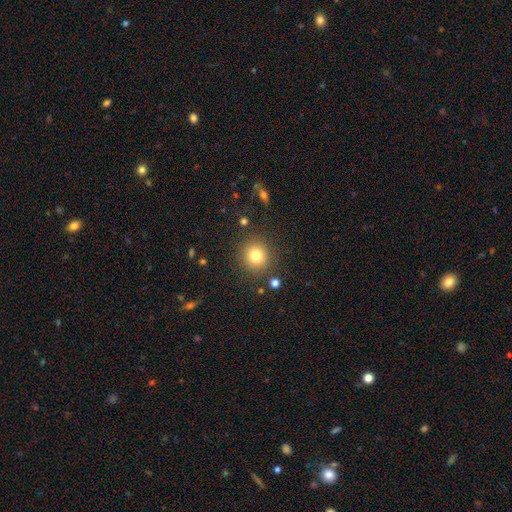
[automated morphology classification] smooth_or_featured: smooth (p=0.79) [alt: star or artifact p=0.13]
how_rounded: round (p=0.91) [alt: in between p=0.08]
merging: none (p=0.88) [alt: minor disturbance p=0.07]